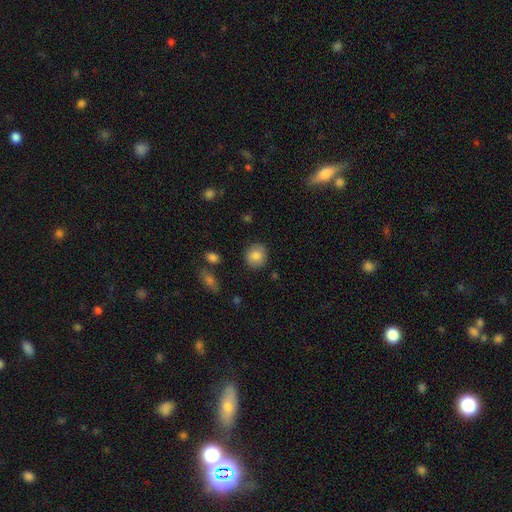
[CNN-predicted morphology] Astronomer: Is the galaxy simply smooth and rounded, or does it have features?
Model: smooth — 84%.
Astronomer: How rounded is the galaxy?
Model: round — 82%.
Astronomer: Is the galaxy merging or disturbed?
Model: none — 88%.